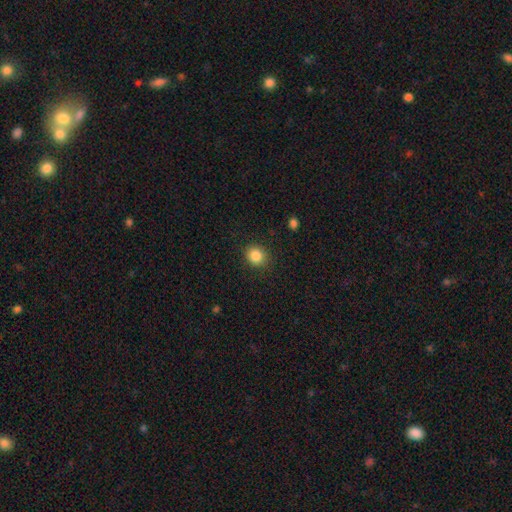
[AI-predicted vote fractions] Morphology: type=smooth (85%); roundness=round (82%); merging=none (89%).